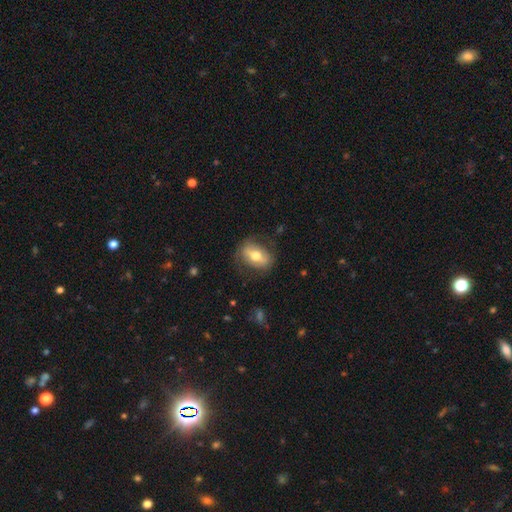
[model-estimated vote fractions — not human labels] A smooth galaxy with no disk features (54%) that is in between round and cigar-shaped (81%).

Vote fractions:
- Smooth or featured? smooth: 54% / featured or disk: 39% / star or artifact: 7%
- How rounded? in between: 81% / round: 14% / cigar-shaped: 5%
- Merging? none: 74% / minor disturbance: 17% / major disturbance: 7% / merger: 1%